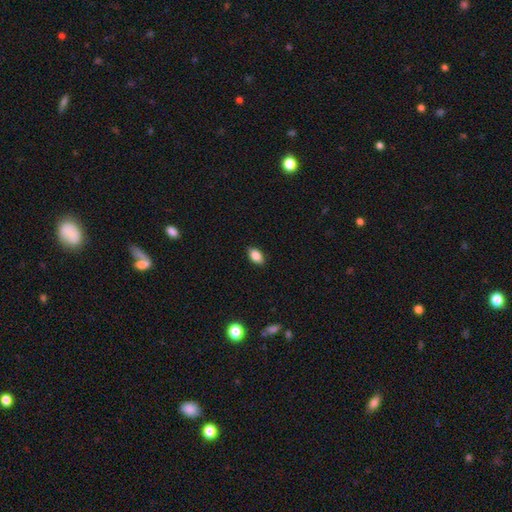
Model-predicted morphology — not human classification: smooth-or-featured: smooth: 85% | star or artifact: 8% | featured or disk: 7%
  how-rounded: in between: 90% | round: 6% | cigar-shaped: 4%
  merging: none: 87% | minor disturbance: 10% | major disturbance: 2% | merger: 1%